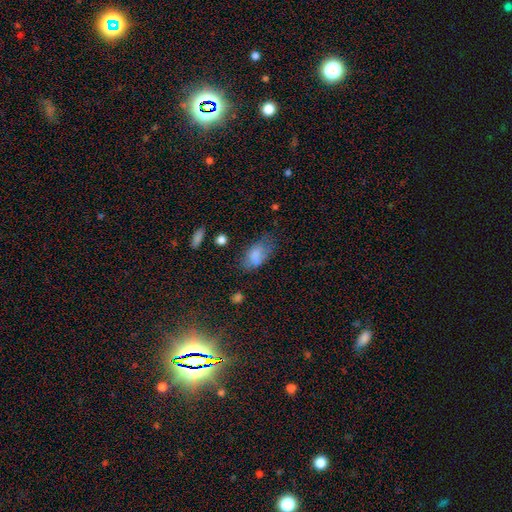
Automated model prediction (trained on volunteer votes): Q: Smooth or featured?
A: smooth (77%); runner-up: featured or disk (14%)
Q: How rounded?
A: in between (90%); runner-up: round (7%)
Q: Merging?
A: none (52%); runner-up: minor disturbance (30%)